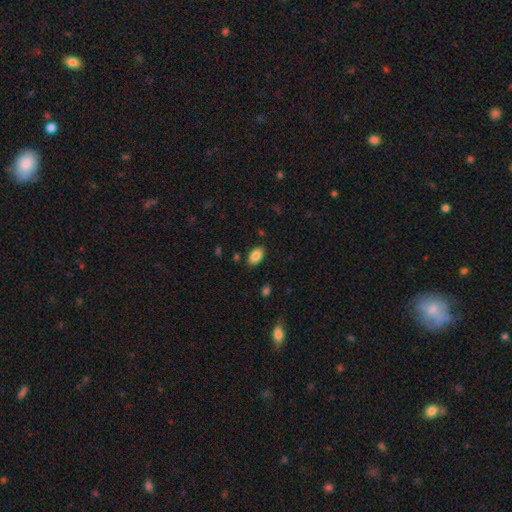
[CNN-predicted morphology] A smooth galaxy with no disk features (86%) that is in between round and cigar-shaped (92%).

Vote fractions:
- Smooth or featured? smooth: 86% / star or artifact: 8% / featured or disk: 6%
- How rounded? in between: 92% / round: 6% / cigar-shaped: 2%
- Merging? none: 86% / minor disturbance: 10% / major disturbance: 3% / merger: 2%